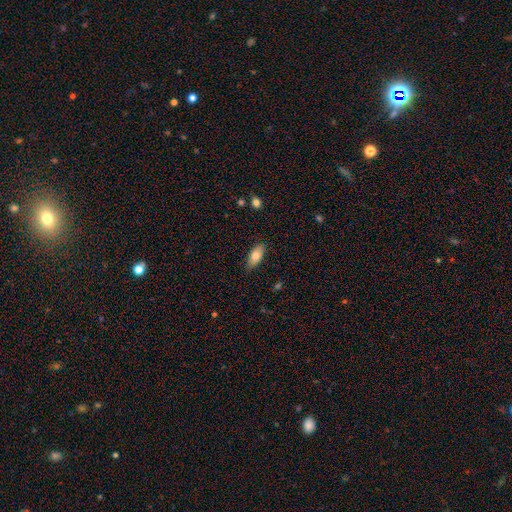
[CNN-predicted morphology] Q: Smooth or featured?
A: smooth (80%); runner-up: featured or disk (14%)
Q: How rounded?
A: in between (83%); runner-up: cigar-shaped (15%)
Q: Merging?
A: none (84%); runner-up: minor disturbance (13%)